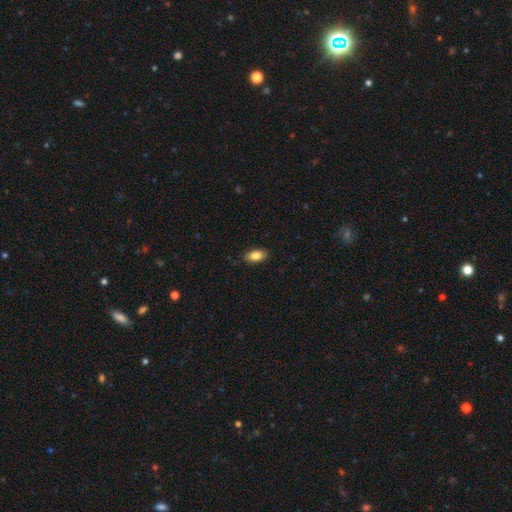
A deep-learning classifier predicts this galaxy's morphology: Smooth or featured?
  - smooth: 85% *
  - star or artifact: 7%
  - featured or disk: 7%
How rounded?
  - in between: 91% *
  - cigar-shaped: 5%
  - round: 4%
Merging?
  - none: 88% *
  - minor disturbance: 9%
  - major disturbance: 2%
  - merger: 1%